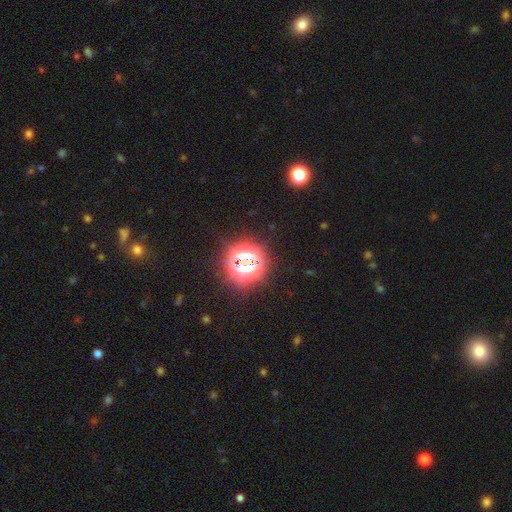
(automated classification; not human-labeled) A star or artifact, not a galaxy (78%).

Vote fractions:
- Smooth or featured? star or artifact: 78% / smooth: 17% / featured or disk: 5%